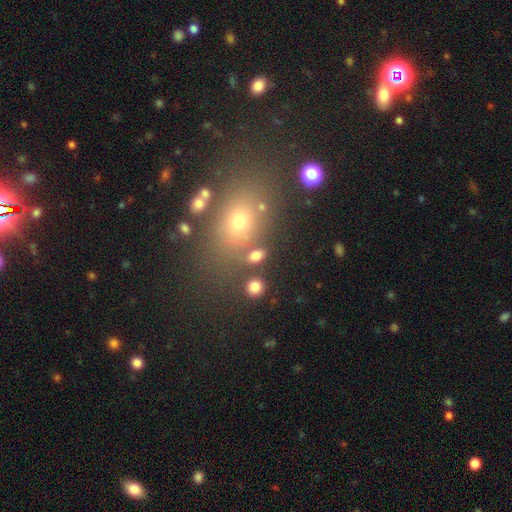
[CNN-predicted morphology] Smooth or featured? smooth (78%)
How rounded? in between (61%)
Merging? none (75%)